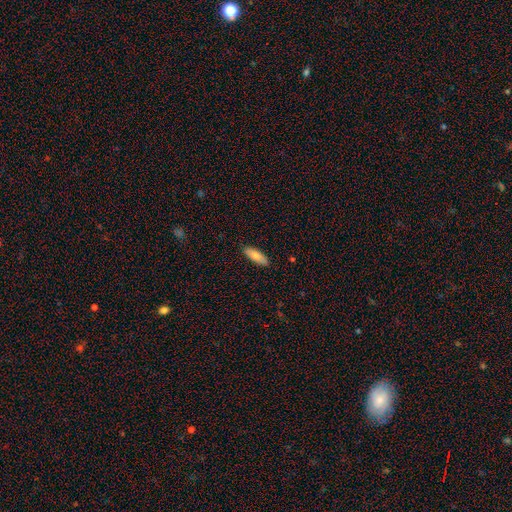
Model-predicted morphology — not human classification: smooth-or-featured: smooth: 81% | featured or disk: 13% | star or artifact: 6%
  how-rounded: in between: 61% | cigar-shaped: 37% | round: 2%
  merging: none: 89% | minor disturbance: 8% | major disturbance: 2% | merger: 1%